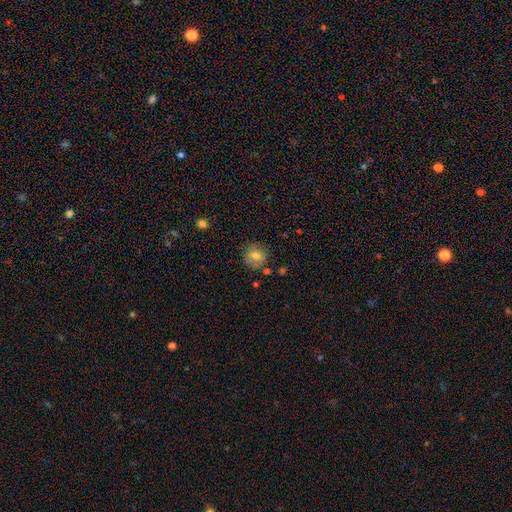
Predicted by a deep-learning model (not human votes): Smooth or featured? smooth (73%)
How rounded? round (84%)
Merging? none (79%)